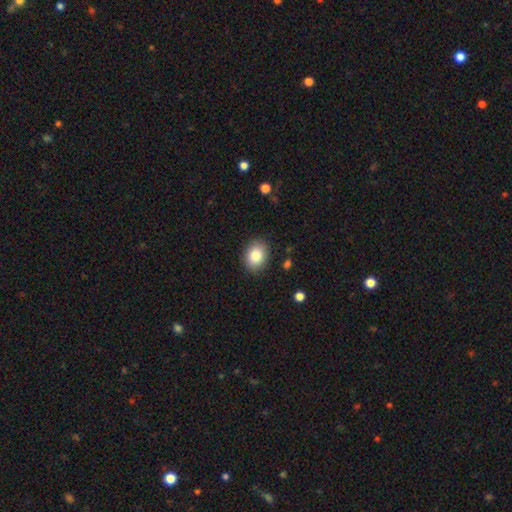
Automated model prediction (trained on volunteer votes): smooth 85%, star or artifact 8%, featured or disk 7%. Down the decision tree: how rounded — in between (54%); merging — none (88%).